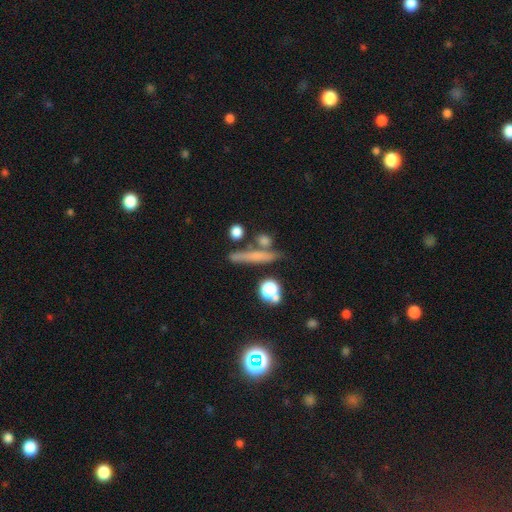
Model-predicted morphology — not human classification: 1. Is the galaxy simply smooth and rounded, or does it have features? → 52% smooth, 33% featured or disk, 15% star or artifact.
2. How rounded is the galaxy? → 77% cigar-shaped, 13% round, 11% in between.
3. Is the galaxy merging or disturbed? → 72% none, 12% minor disturbance, 11% merger, 5% major disturbance.